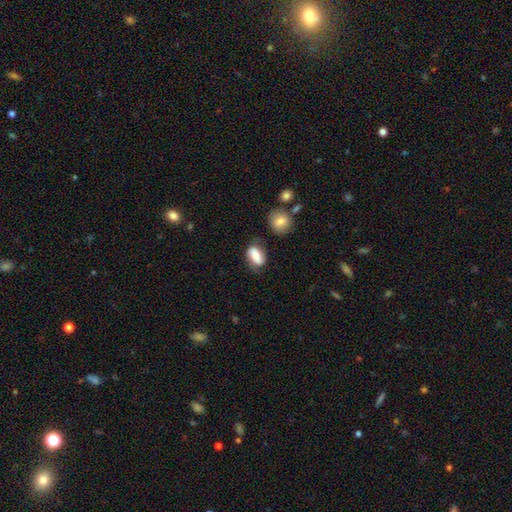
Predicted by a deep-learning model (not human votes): smooth 73%, featured or disk 19%, star or artifact 8%. Down the decision tree: how rounded — in between (86%); merging — none (64%).